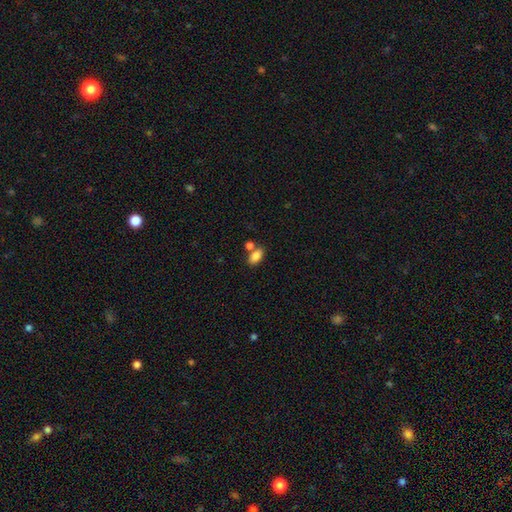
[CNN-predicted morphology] A smooth galaxy with no disk features (84%) that is in between round and cigar-shaped (90%). Merging: none (59%).